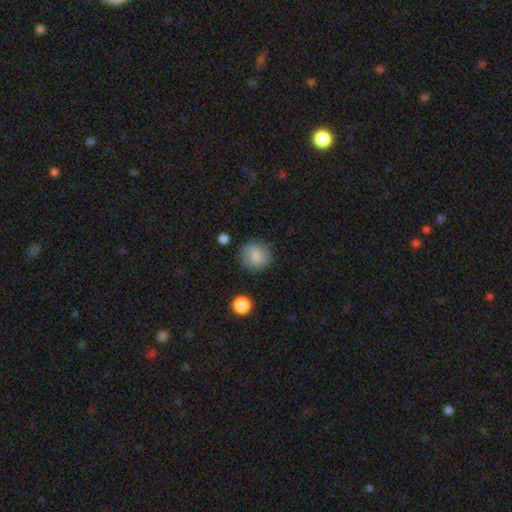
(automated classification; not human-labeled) Smooth or featured?
  - smooth: 78% *
  - featured or disk: 12%
  - star or artifact: 9%
How rounded?
  - round: 85% *
  - in between: 14%
  - cigar-shaped: 1%
Merging?
  - none: 79% *
  - minor disturbance: 15%
  - major disturbance: 4%
  - merger: 2%